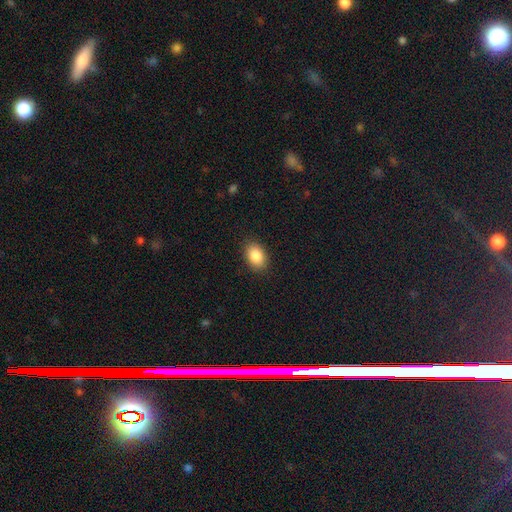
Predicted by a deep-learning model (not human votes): Smooth or featured? smooth (88%)
How rounded? in between (83%)
Merging? none (88%)